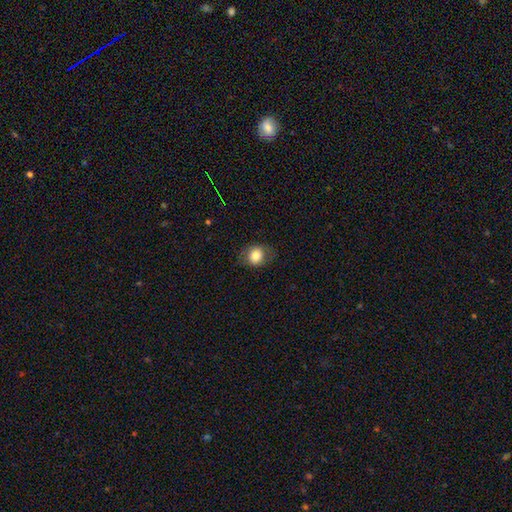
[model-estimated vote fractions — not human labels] smooth-or-featured: smooth: 81% | featured or disk: 10% | star or artifact: 9%
  how-rounded: round: 65% | in between: 34% | cigar-shaped: 1%
  merging: none: 79% | minor disturbance: 15% | major disturbance: 5% | merger: 1%